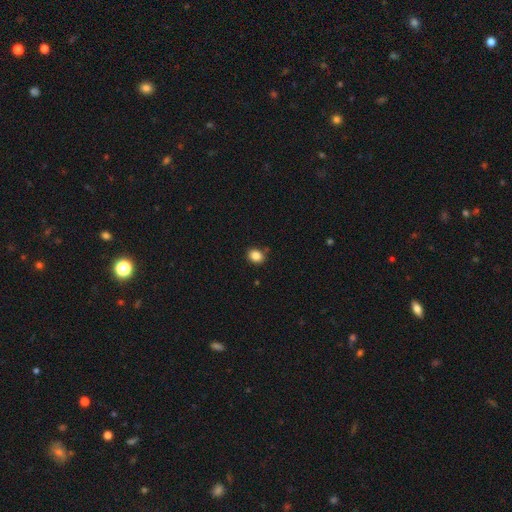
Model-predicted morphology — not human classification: Smooth or featured?
  - smooth: 86% *
  - star or artifact: 10%
  - featured or disk: 4%
How rounded?
  - round: 57% *
  - in between: 42%
  - cigar-shaped: 1%
Merging?
  - none: 85% *
  - minor disturbance: 10%
  - merger: 3%
  - major disturbance: 2%